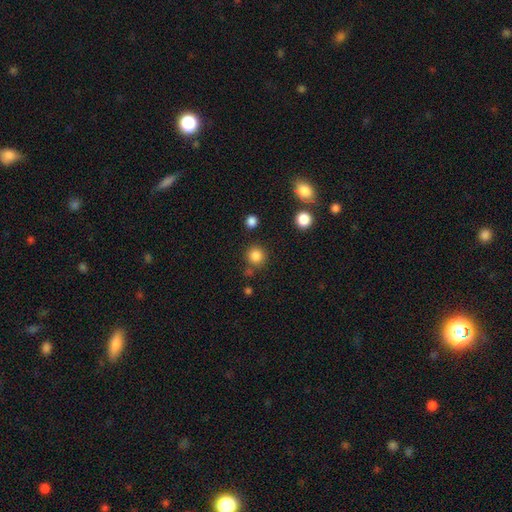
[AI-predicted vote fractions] smooth 84%, star or artifact 11%, featured or disk 4%. Down the decision tree: how rounded — round (92%); merging — none (83%).